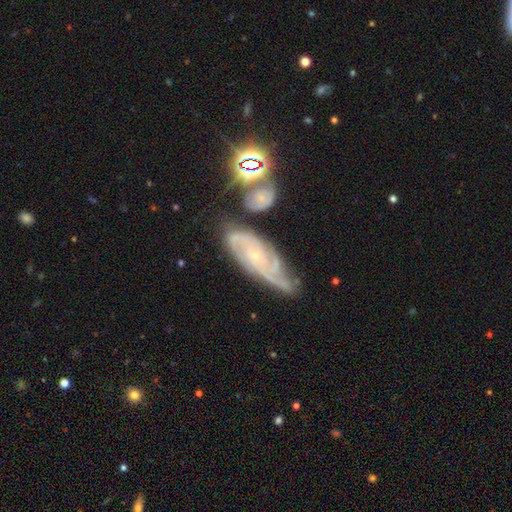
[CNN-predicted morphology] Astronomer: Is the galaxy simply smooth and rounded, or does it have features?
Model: featured or disk — 79%.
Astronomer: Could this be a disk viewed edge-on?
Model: no — 90%.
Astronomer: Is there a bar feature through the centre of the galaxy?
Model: no — 66%.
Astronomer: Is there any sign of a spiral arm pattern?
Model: yes — 96%.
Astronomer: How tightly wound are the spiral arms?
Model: tight — 56% (runner-up: medium, 35%).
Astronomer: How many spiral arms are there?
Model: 3 — 29% (runner-up: can't tell, 28%).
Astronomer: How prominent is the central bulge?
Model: small — 79%.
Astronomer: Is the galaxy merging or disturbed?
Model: none — 56%.